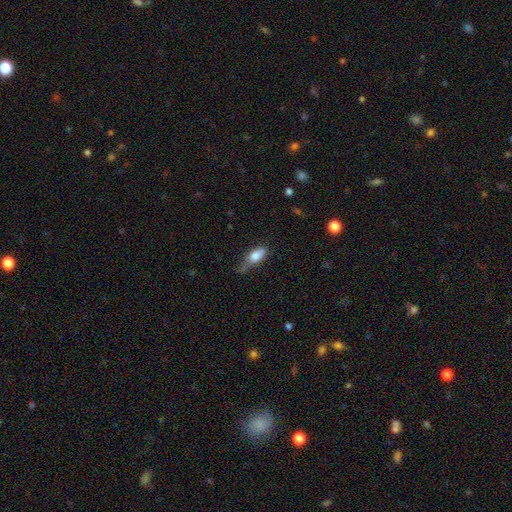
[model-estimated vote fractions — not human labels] The model was most divided on "merging": minor disturbance: 39%, none: 37%, major disturbance: 20%, merger: 4%. More confident: how rounded — in between (79%); smooth or featured — smooth (76%).